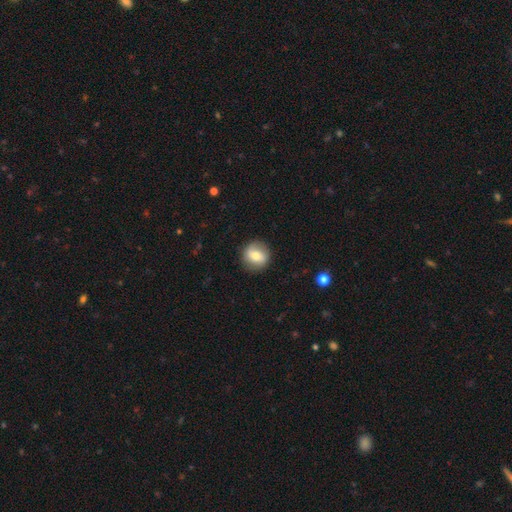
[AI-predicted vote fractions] Smooth or featured? smooth (62%)
How rounded? round (88%)
Merging? none (86%)